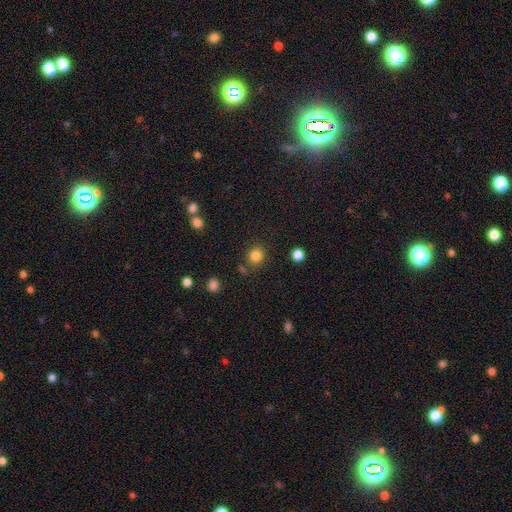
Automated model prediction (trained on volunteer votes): Smooth or featured? smooth (83%)
How rounded? round (87%)
Merging? none (82%)